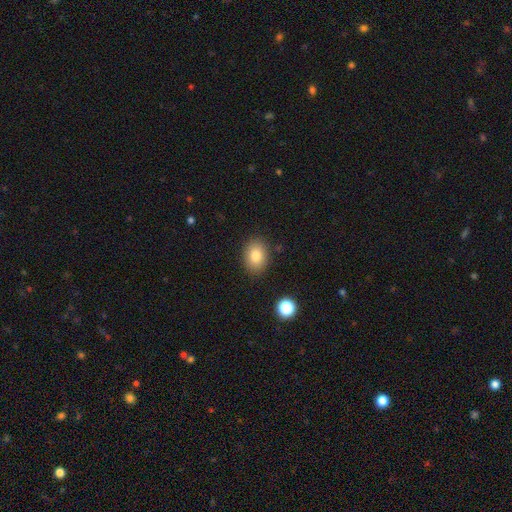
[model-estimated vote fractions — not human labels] Smooth or featured? smooth (81%)
How rounded? in between (65%)
Merging? none (87%)